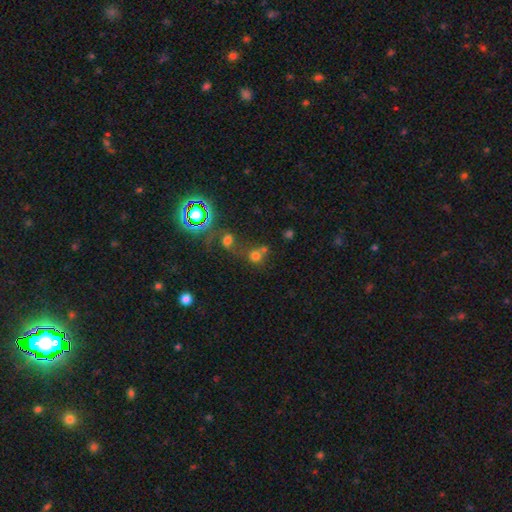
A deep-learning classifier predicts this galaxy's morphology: type=smooth (63%); roundness=round (84%); merging=none (43%).